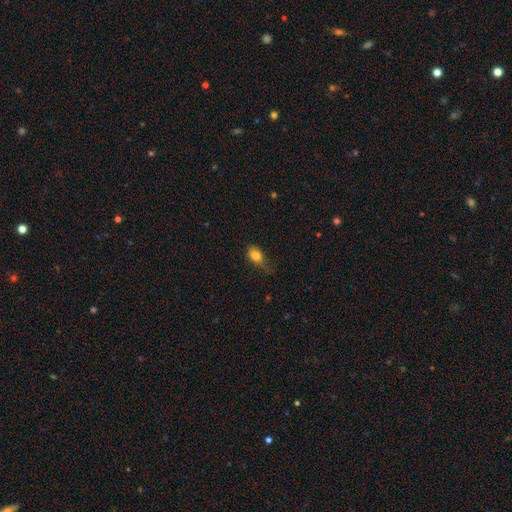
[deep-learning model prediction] A smooth galaxy with no disk features (81%) that is in between round and cigar-shaped (77%).

Vote fractions:
- Smooth or featured? smooth: 81% / featured or disk: 10% / star or artifact: 9%
- How rounded? in between: 77% / round: 20% / cigar-shaped: 3%
- Merging? none: 46% / minor disturbance: 36% / major disturbance: 16% / merger: 2%